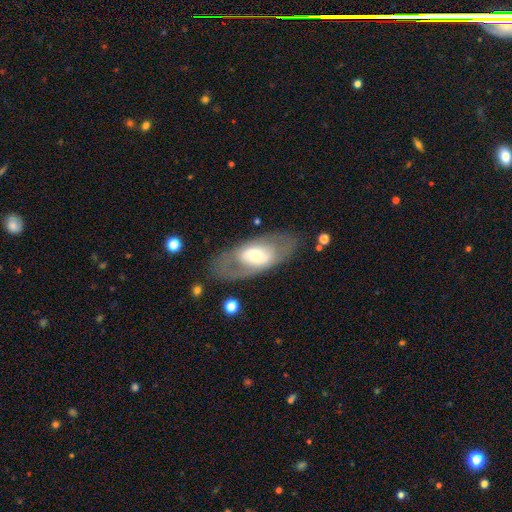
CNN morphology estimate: Smooth or featured: featured or disk — 55% (smooth — 38%)
Edge-on disk: no — 85% (yes — 15%)
Merging: none — 74% (minor disturbance — 14%)